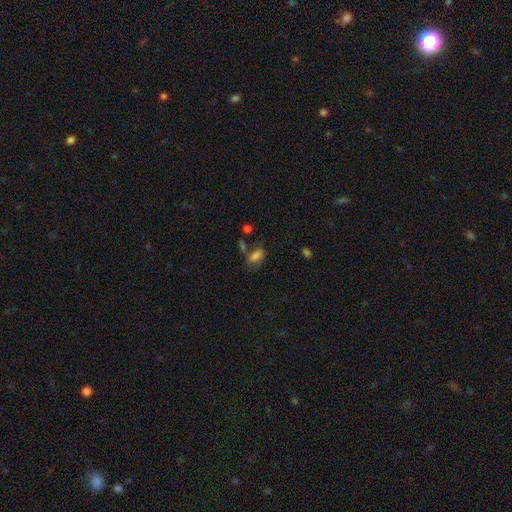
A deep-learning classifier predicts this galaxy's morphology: smooth_or_featured: smooth (p=0.68) [alt: featured or disk p=0.18]
how_rounded: in between (p=0.83) [alt: cigar-shaped p=0.10]
merging: none (p=0.43) [alt: minor disturbance p=0.24]